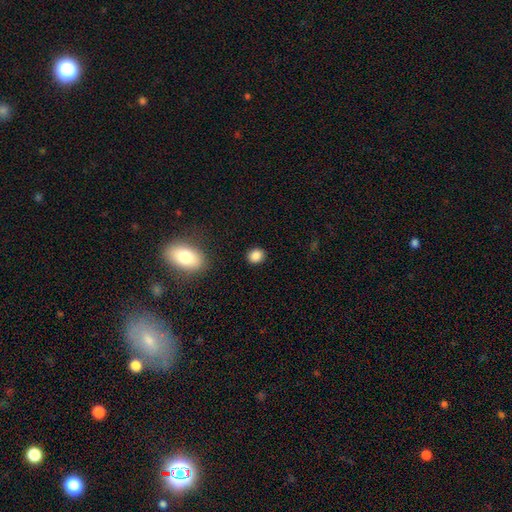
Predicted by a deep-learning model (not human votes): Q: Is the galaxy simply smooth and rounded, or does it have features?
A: smooth — 86%.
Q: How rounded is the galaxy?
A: round — 70%.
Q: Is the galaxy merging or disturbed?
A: none — 88%.